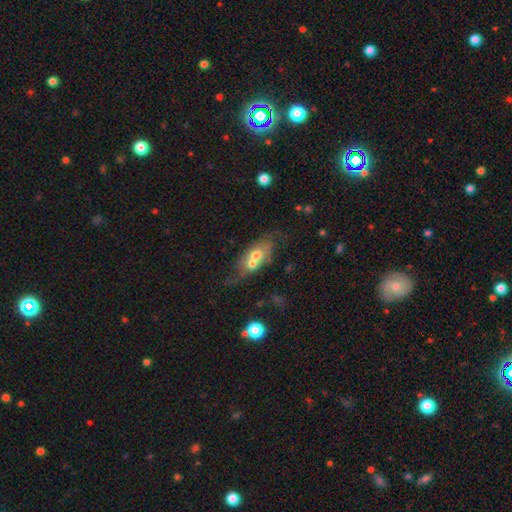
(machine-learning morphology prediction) type=smooth (49%); merging=merger (51%).